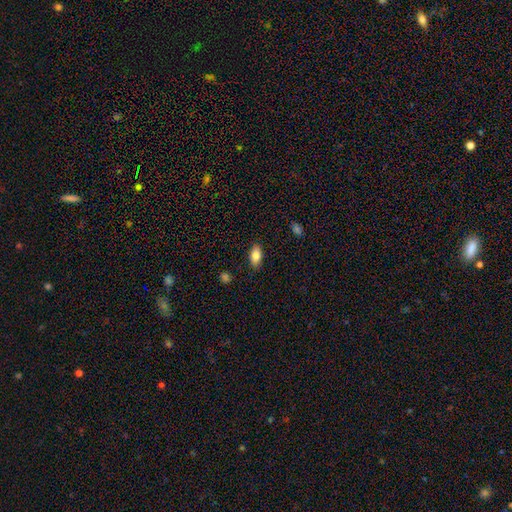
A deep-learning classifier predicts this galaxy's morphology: Overall: smooth (82%). How rounded: in between (89%). Merging: none (87%).